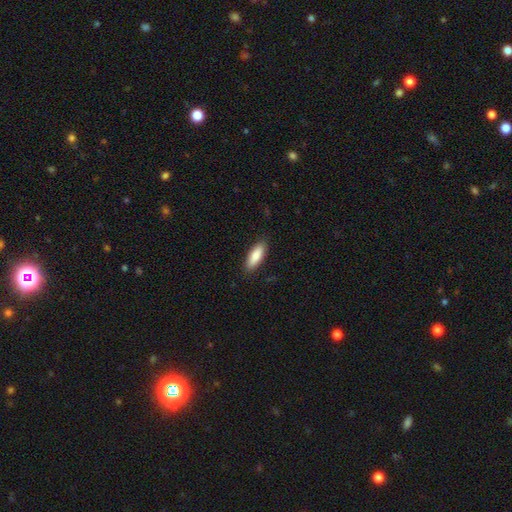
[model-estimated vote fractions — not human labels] The model was most divided on "how rounded": in between: 66%, cigar-shaped: 32%, round: 2%. More confident: merging — none (88%); smooth or featured — smooth (87%).